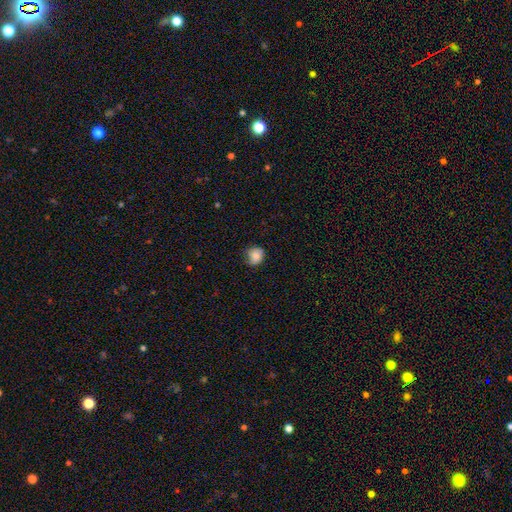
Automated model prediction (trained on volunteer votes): smooth_or_featured: smooth (p=0.80) [alt: featured or disk p=0.11]
how_rounded: round (p=0.77) [alt: in between p=0.22]
merging: none (p=0.66) [alt: minor disturbance p=0.27]